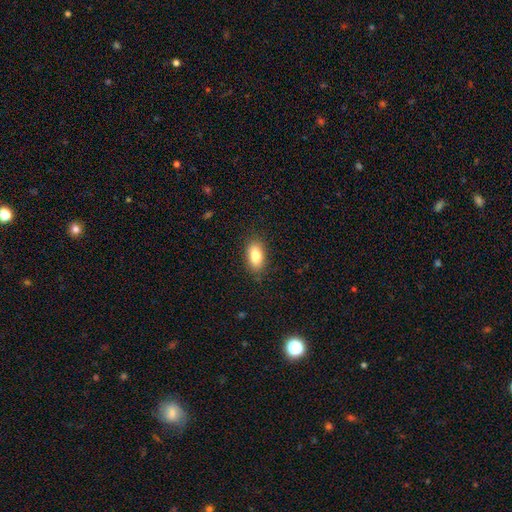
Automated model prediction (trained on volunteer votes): The model was most divided on "merging": none: 86%, minor disturbance: 11%, major disturbance: 3%, merger: 1%. More confident: how rounded — in between (90%); smooth or featured — smooth (84%).